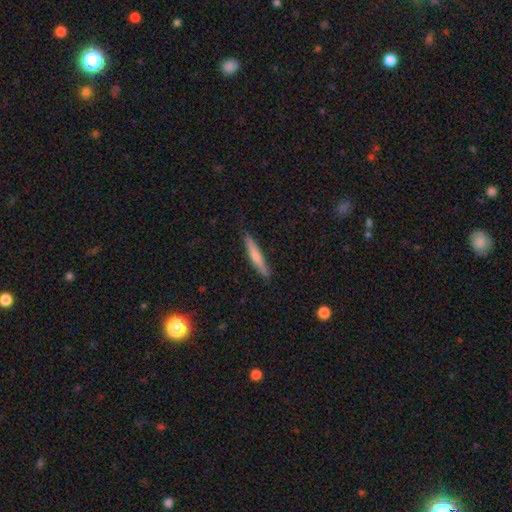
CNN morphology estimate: type=smooth (65%); roundness=cigar-shaped (94%); merging=none (87%).